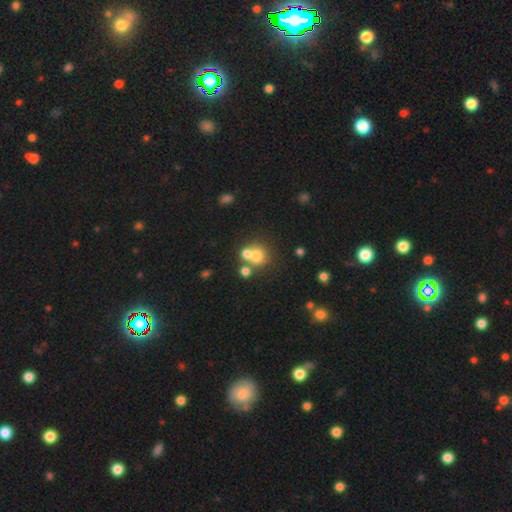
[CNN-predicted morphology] A smooth galaxy with no disk features (68%) that is round (84%).

Vote fractions:
- Smooth or featured? smooth: 68% / featured or disk: 17% / star or artifact: 15%
- How rounded? round: 84% / in between: 15% / cigar-shaped: 1%
- Merging? none: 46% / merger: 42% / minor disturbance: 8% / major disturbance: 5%